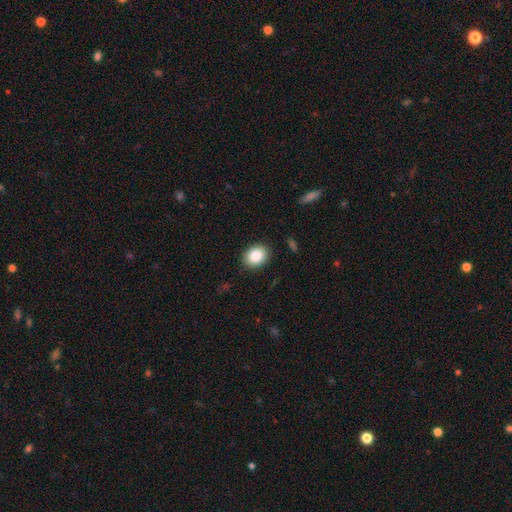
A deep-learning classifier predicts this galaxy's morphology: A smooth galaxy with no disk features (86%) that is in between round and cigar-shaped (59%).

Vote fractions:
- Smooth or featured? smooth: 86% / star or artifact: 8% / featured or disk: 6%
- How rounded? in between: 59% / round: 40% / cigar-shaped: 1%
- Merging? none: 89% / minor disturbance: 8% / major disturbance: 2% / merger: 1%